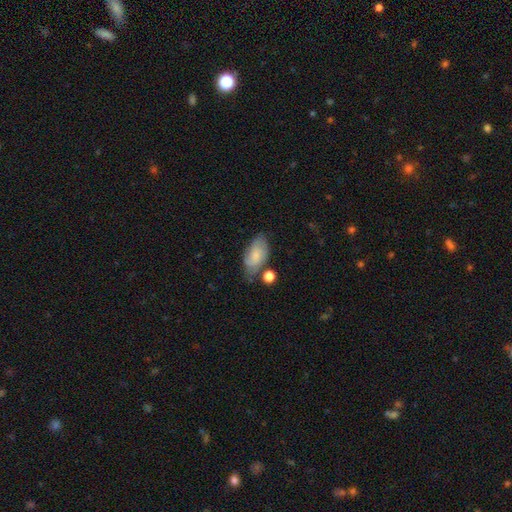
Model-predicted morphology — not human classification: Q: Smooth or featured?
A: smooth (59%); runner-up: featured or disk (34%)
Q: How rounded?
A: in between (91%); runner-up: round (5%)
Q: Merging?
A: none (55%); runner-up: minor disturbance (26%)